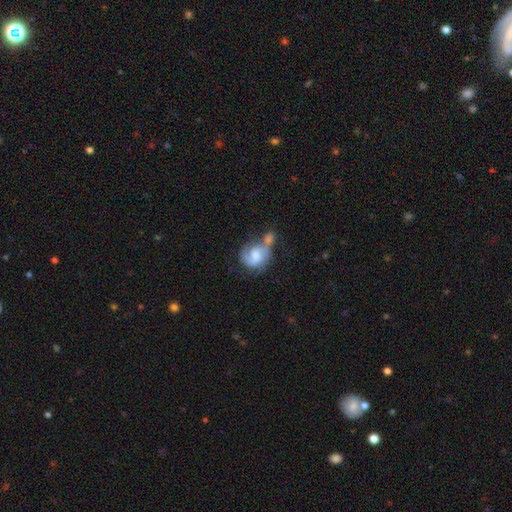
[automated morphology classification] Smooth or featured? Predicted: featured or disk (p=0.62). Edge-on disk? Predicted: no (p=0.98). Bar? Predicted: no (p=0.49). Spiral arms? Predicted: yes (p=0.86). Spiral winding? Predicted: medium (p=0.47). Spiral arm count? Predicted: 2 (p=0.68). Bulge size? Predicted: moderate (p=0.54). Merging? Predicted: merger (p=0.42).